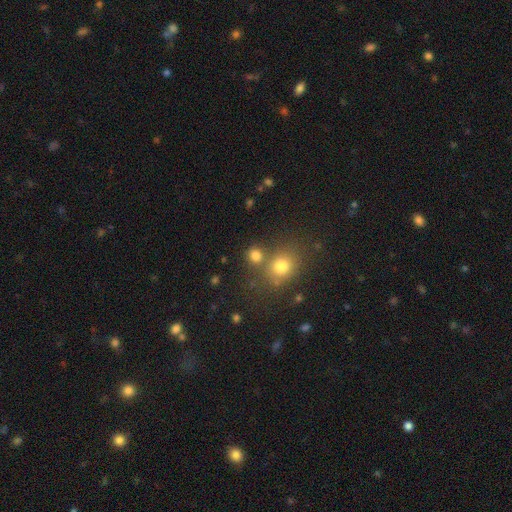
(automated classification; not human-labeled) The model was most divided on "merging": none: 65%, merger: 22%, minor disturbance: 9%, major disturbance: 4%. More confident: smooth or featured — smooth (78%); how rounded — round (78%).